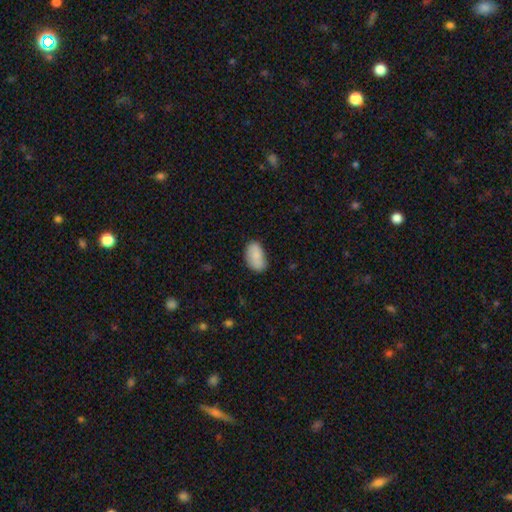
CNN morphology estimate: Smooth or featured? smooth (83%)
How rounded? in between (93%)
Merging? none (71%)